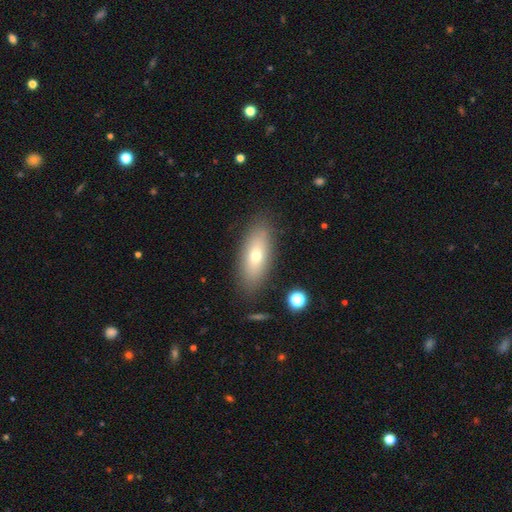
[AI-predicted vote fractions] This is likely a smooth galaxy (63%). How rounded: likely in between (71%). Merging: clearly none (86%).